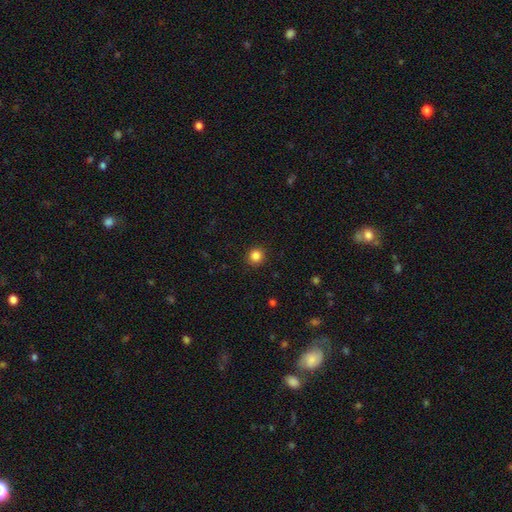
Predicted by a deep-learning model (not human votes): Smooth or featured?
  - smooth: 85% *
  - star or artifact: 11%
  - featured or disk: 4%
How rounded?
  - round: 92% *
  - in between: 7%
  - cigar-shaped: 1%
Merging?
  - none: 92% *
  - minor disturbance: 5%
  - major disturbance: 2%
  - merger: 1%